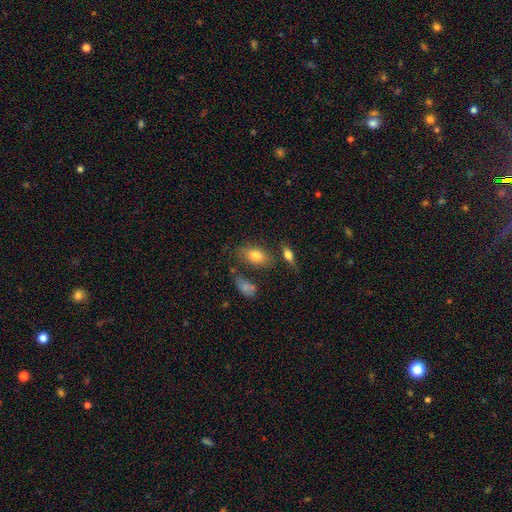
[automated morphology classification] A smooth galaxy with no disk features (78%) that is in between round and cigar-shaped (87%). Merging: none (65%).